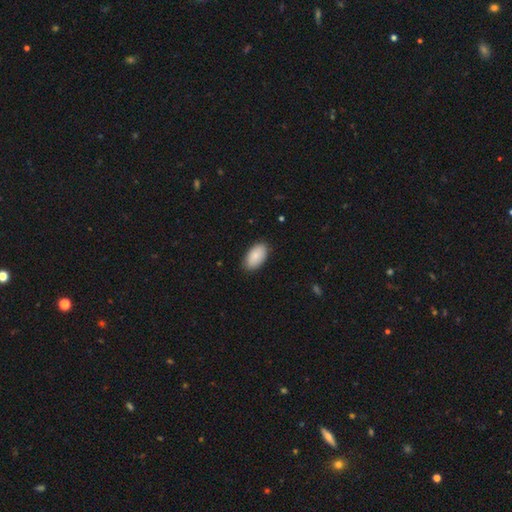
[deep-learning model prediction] Smooth or featured: smooth — 86% (featured or disk — 8%)
How rounded: in between — 95% (round — 3%)
Merging: none — 86% (minor disturbance — 11%)